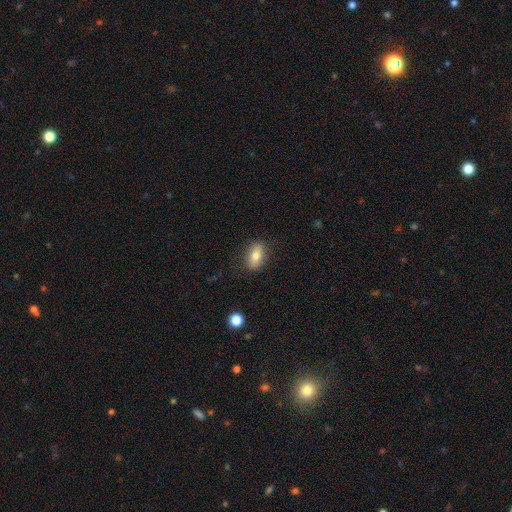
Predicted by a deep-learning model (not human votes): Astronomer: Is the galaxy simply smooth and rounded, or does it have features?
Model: smooth — 75%.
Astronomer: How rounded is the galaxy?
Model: in between — 85%.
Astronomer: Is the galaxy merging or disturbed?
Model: none — 83%.